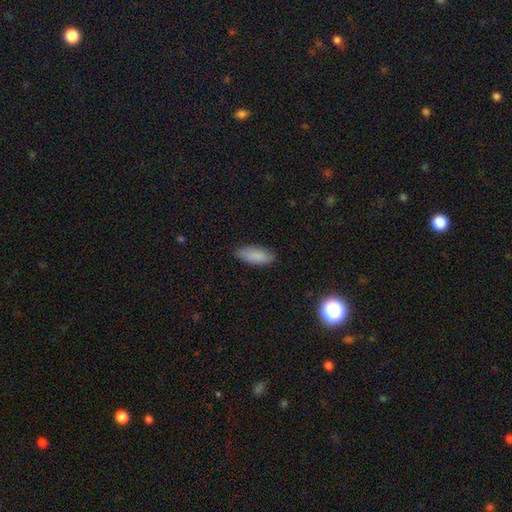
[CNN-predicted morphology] Overall: smooth (87%). How rounded: in between (79%). Merging: none (81%).